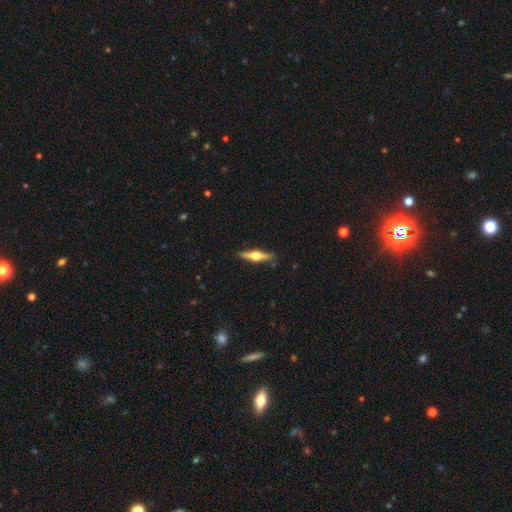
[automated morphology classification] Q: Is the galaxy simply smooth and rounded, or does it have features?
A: featured or disk — 65%.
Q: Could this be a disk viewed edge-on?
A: yes — 97%.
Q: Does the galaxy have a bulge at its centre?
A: rounded — 95%.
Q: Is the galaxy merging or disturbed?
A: none — 89%.